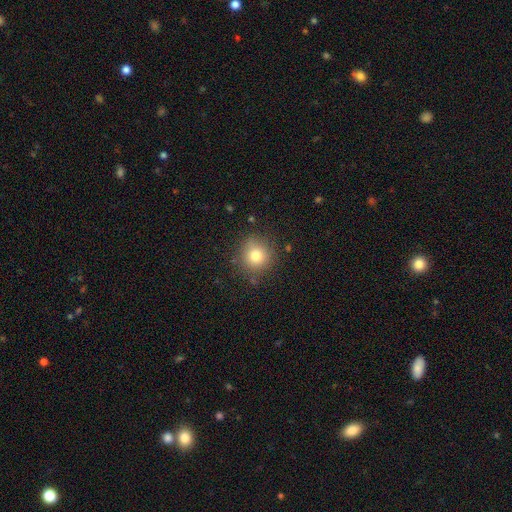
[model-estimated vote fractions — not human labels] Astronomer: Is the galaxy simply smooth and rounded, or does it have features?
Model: smooth — 79%.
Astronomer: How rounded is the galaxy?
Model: round — 91%.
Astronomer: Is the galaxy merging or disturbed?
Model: none — 83%.